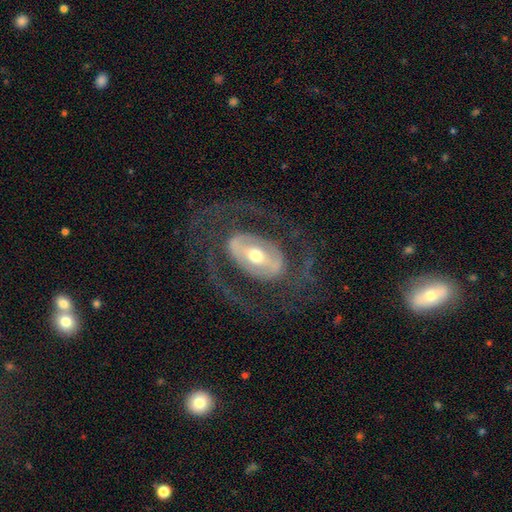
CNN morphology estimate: Overall: featured or disk (82%). Edge-on disk: no (94%). Bar: strong (43%; weak 31%). Spiral arms: yes (68%; no 32%). Spiral arm count: 2 (77%). Spiral winding: medium (45%; tight 32%). Bulge size: moderate (66%). Merging: none (69%).